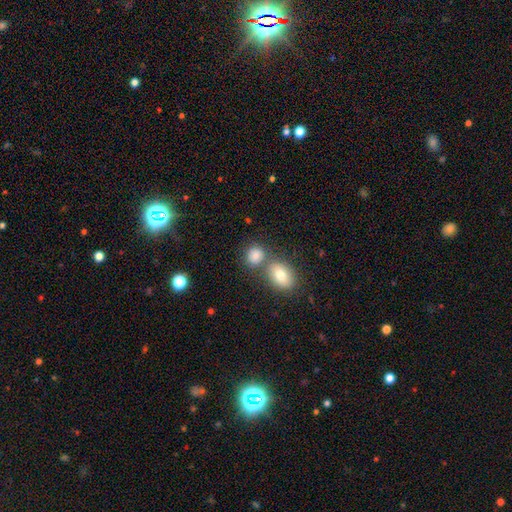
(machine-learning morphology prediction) A smooth galaxy with no disk features (77%) that is round (58%). Merging: none (54%).